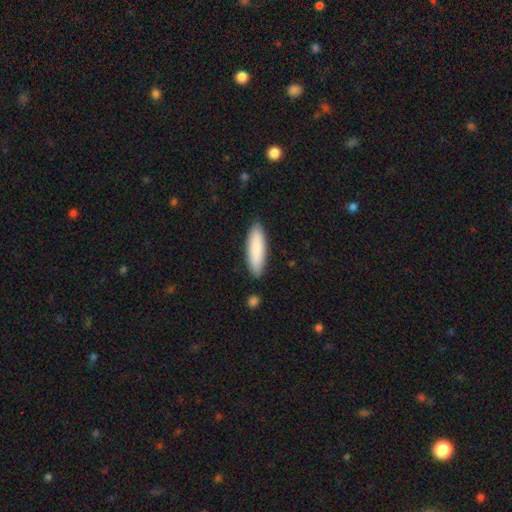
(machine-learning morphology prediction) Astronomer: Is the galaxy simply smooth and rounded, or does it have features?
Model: smooth — 85%.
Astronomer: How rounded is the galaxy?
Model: cigar-shaped — 51% (runner-up: in between, 47%).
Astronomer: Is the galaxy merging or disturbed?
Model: none — 87%.